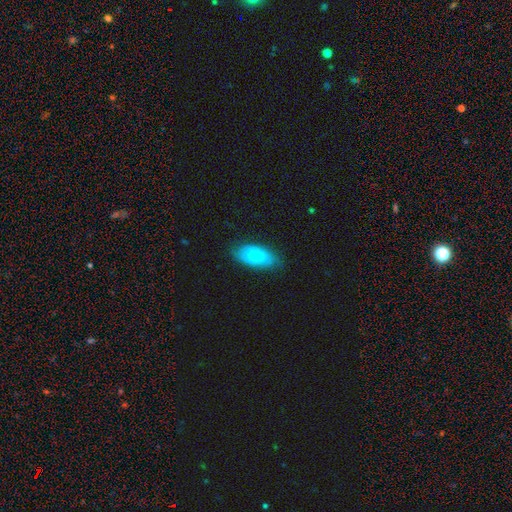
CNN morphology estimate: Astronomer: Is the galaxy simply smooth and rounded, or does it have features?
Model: smooth — 69%.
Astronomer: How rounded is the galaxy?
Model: in between — 91%.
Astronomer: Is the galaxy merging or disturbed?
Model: none — 76%.